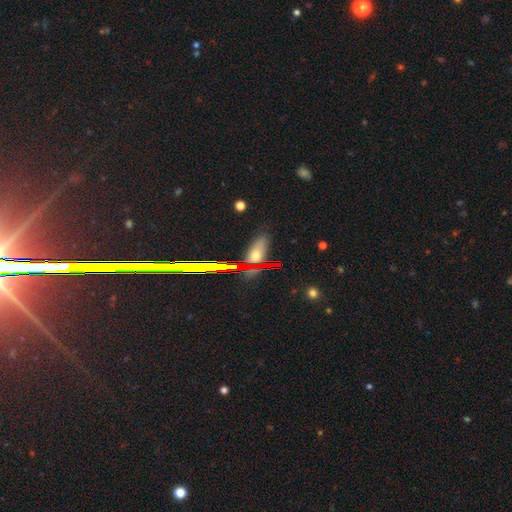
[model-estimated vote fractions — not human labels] A smooth galaxy with no disk features (55%) that is in between round and cigar-shaped (73%).

Vote fractions:
- Smooth or featured? smooth: 55% / star or artifact: 27% / featured or disk: 18%
- How rounded? in between: 73% / cigar-shaped: 16% / round: 11%
- Merging? none: 75% / minor disturbance: 15% / major disturbance: 5% / merger: 4%